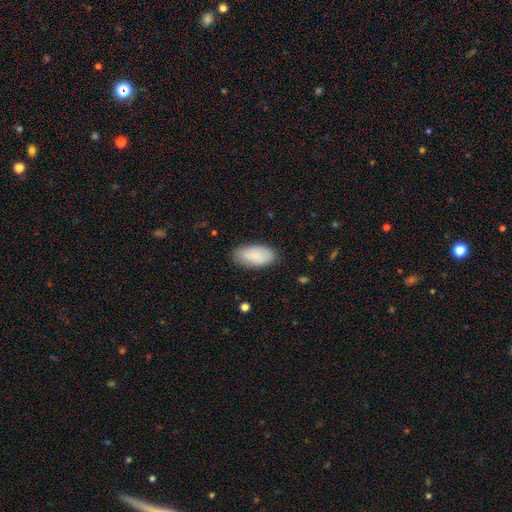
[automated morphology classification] This appears to be a smooth galaxy with no disk features (86%) that is in between round and cigar-shaped (94%). Merging: none (83%).